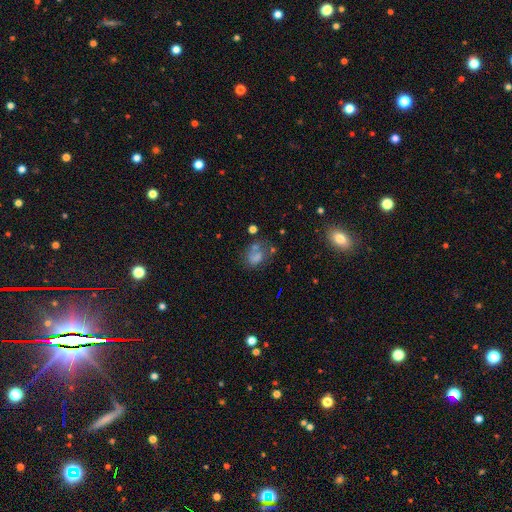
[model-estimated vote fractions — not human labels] Smooth or featured?
  - smooth: 57% *
  - featured or disk: 27%
  - star or artifact: 16%
How rounded?
  - in between: 64% *
  - round: 35%
  - cigar-shaped: 2%
Merging?
  - none: 34% *
  - major disturbance: 26%
  - minor disturbance: 21%
  - merger: 19%